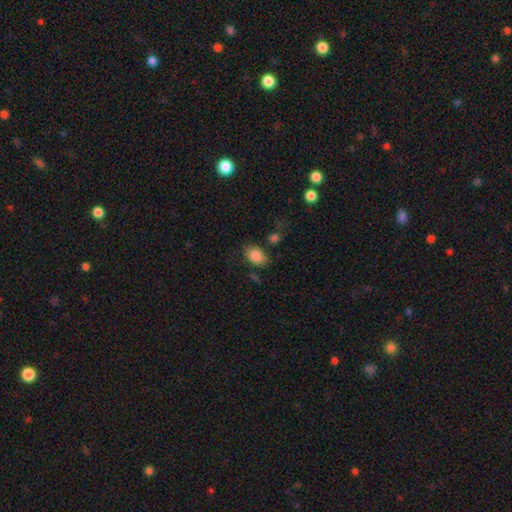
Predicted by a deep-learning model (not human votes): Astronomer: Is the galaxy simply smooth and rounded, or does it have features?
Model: smooth — 86%.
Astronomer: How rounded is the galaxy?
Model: in between — 78%.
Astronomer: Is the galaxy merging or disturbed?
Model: none — 70%.